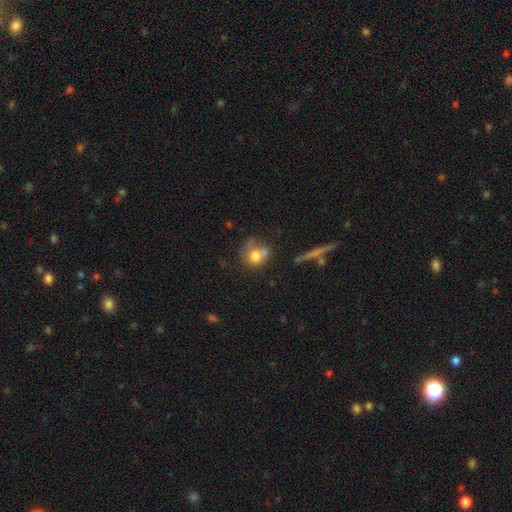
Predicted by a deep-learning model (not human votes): smooth-or-featured: smooth: 69% | featured or disk: 21% | star or artifact: 10%
  how-rounded: round: 71% | in between: 28% | cigar-shaped: 2%
  merging: none: 36% | merger: 24% | minor disturbance: 22% | major disturbance: 19%